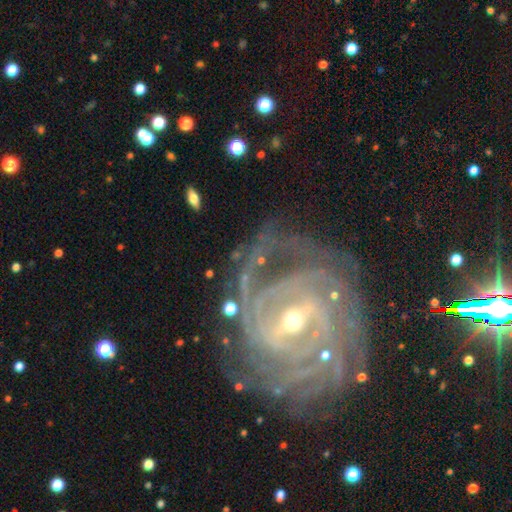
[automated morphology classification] Q: Smooth or featured?
A: featured or disk (91%); runner-up: star or artifact (6%)
Q: Edge-on disk?
A: no (97%); runner-up: yes (3%)
Q: Bar?
A: strong (50%); runner-up: weak (39%)
Q: Spiral arms?
A: yes (98%); runner-up: no (2%)
Q: Spiral winding?
A: tight (71%); runner-up: medium (25%)
Q: Spiral arm count?
A: 4 (22%); runner-up: 3 (21%)
Q: Bulge size?
A: small (52%); runner-up: moderate (44%)
Q: Merging?
A: none (72%); runner-up: minor disturbance (16%)